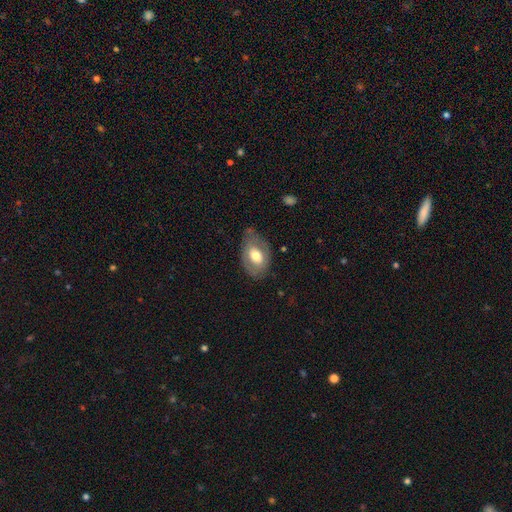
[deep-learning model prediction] Smooth or featured?
  - smooth: 57% *
  - featured or disk: 36%
  - star or artifact: 6%
How rounded?
  - in between: 86% *
  - round: 12%
  - cigar-shaped: 1%
Merging?
  - none: 59% *
  - minor disturbance: 28%
  - major disturbance: 10%
  - merger: 2%